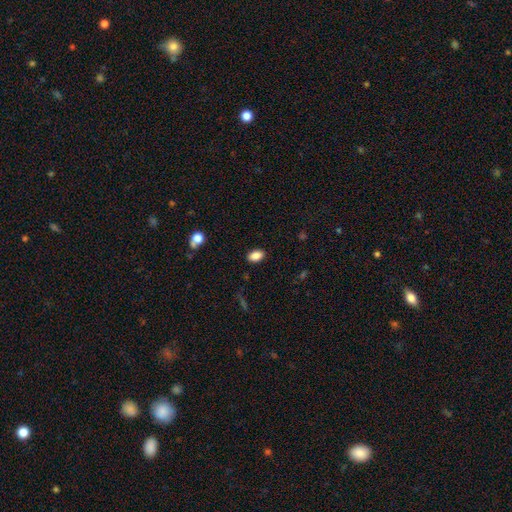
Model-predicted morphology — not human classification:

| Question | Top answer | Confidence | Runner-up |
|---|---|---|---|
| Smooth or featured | smooth | 86% | star or artifact (9%) |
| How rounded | in between | 88% | round (10%) |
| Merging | none | 88% | minor disturbance (9%) |